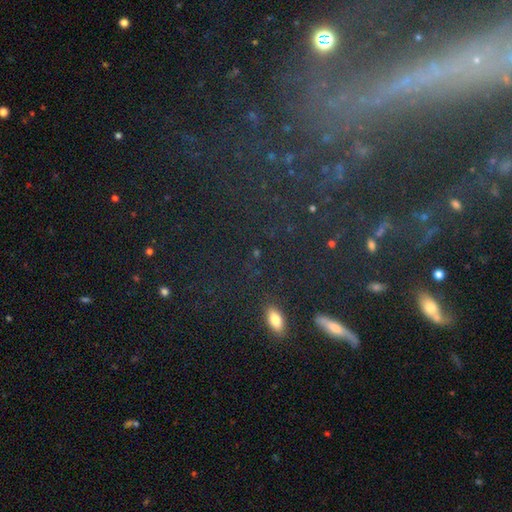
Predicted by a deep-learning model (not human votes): Smooth or featured? Predicted: star or artifact (p=0.43).